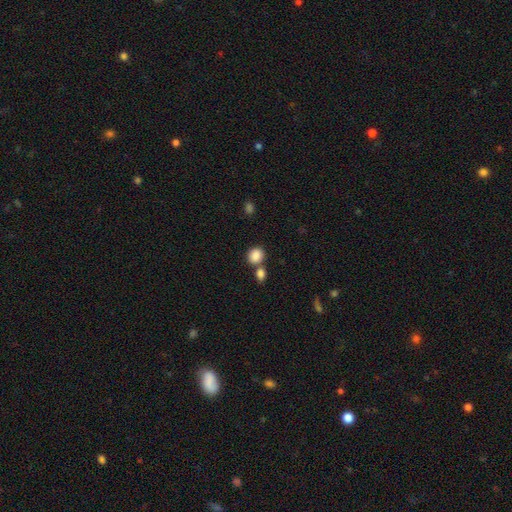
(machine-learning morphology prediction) The model was most divided on "merging": none: 56%, merger: 32%, minor disturbance: 9%, major disturbance: 3%. More confident: smooth or featured — smooth (87%); how rounded — round (71%).